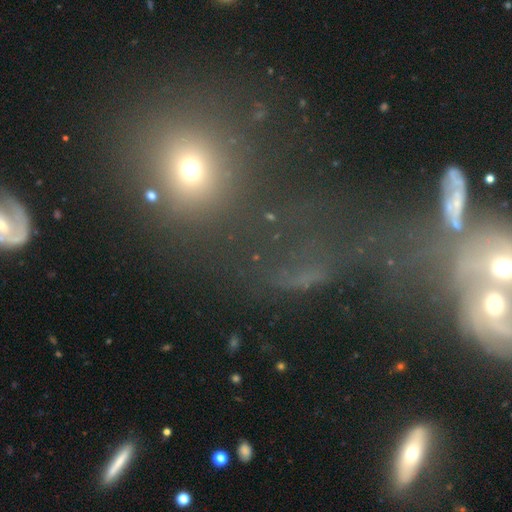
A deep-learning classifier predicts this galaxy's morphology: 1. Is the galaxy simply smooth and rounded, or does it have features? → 42% smooth, 37% star or artifact, 22% featured or disk.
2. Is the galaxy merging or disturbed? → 44% none, 24% major disturbance, 19% merger, 13% minor disturbance.